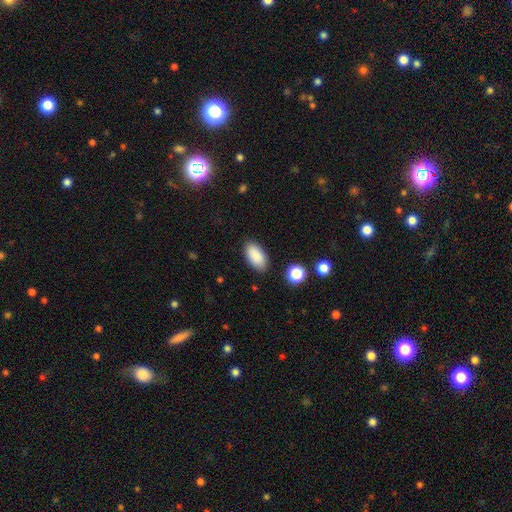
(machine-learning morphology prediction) smooth-or-featured: smooth: 88% | star or artifact: 7% | featured or disk: 4%
  how-rounded: in between: 93% | cigar-shaped: 4% | round: 3%
  merging: none: 87% | minor disturbance: 9% | major disturbance: 2% | merger: 2%